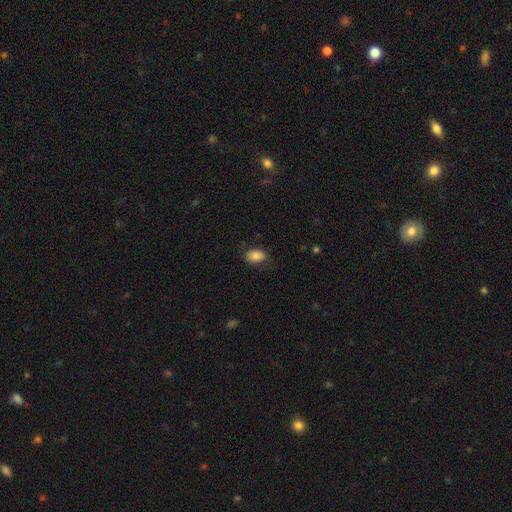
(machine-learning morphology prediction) Smooth or featured?
  - smooth: 84% *
  - star or artifact: 8%
  - featured or disk: 8%
How rounded?
  - in between: 86% *
  - round: 12%
  - cigar-shaped: 1%
Merging?
  - none: 79% *
  - minor disturbance: 15%
  - major disturbance: 4%
  - merger: 1%